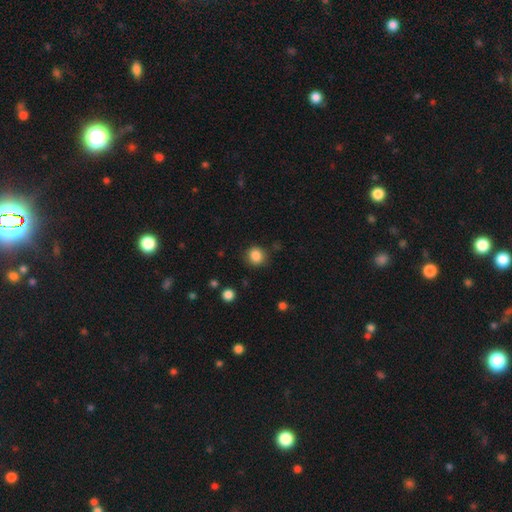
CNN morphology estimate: This appears to be a smooth galaxy with no disk features (86%) that is round (83%). Merging: none (84%).